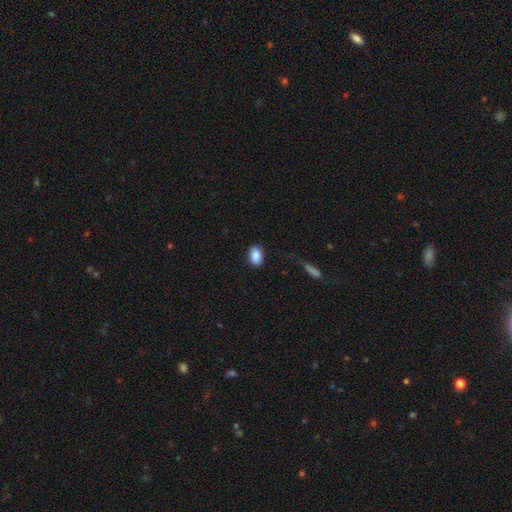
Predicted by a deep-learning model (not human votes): smooth-or-featured: smooth: 87% | star or artifact: 8% | featured or disk: 6%
  how-rounded: in between: 84% | round: 14% | cigar-shaped: 2%
  merging: none: 87% | minor disturbance: 10% | major disturbance: 2% | merger: 1%